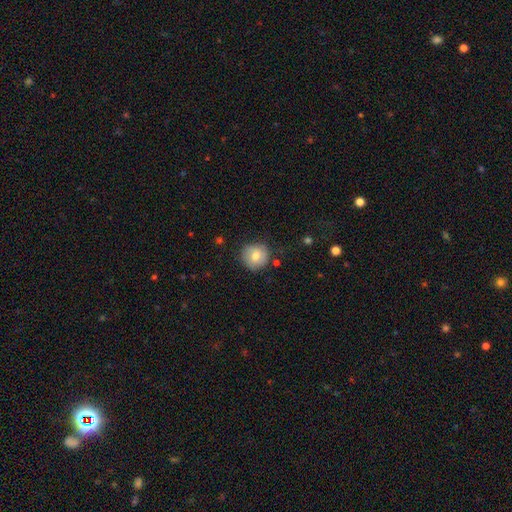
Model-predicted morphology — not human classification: Q: Smooth or featured?
A: smooth (75%); runner-up: featured or disk (17%)
Q: How rounded?
A: round (92%); runner-up: in between (7%)
Q: Merging?
A: none (80%); runner-up: minor disturbance (15%)